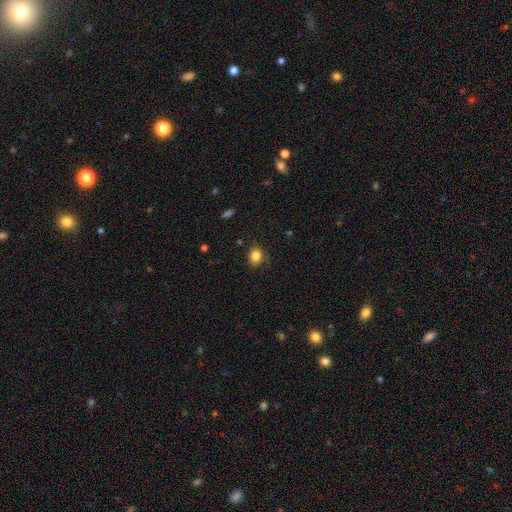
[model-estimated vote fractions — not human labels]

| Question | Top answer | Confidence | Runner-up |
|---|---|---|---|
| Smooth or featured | smooth | 84% | star or artifact (11%) |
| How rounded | round | 57% | in between (42%) |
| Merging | none | 80% | minor disturbance (15%) |